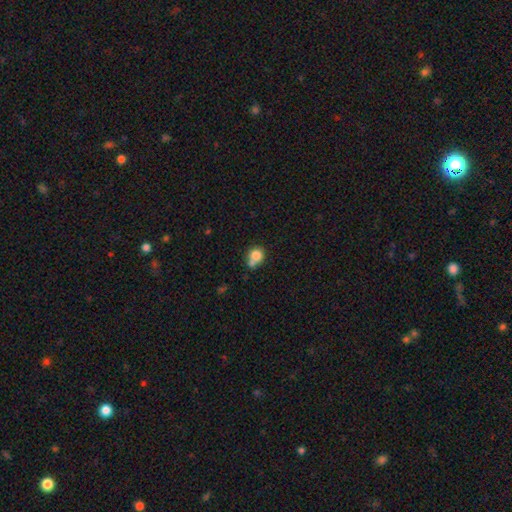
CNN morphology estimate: Overall: smooth (80%). How rounded: round (79%). Merging: none (44%; merger 40%).